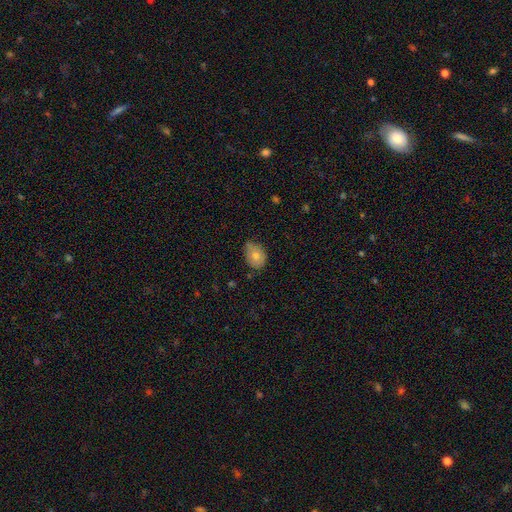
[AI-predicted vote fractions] Morphology: type=smooth (72%); roundness=in between (66%); merging=none (63%).